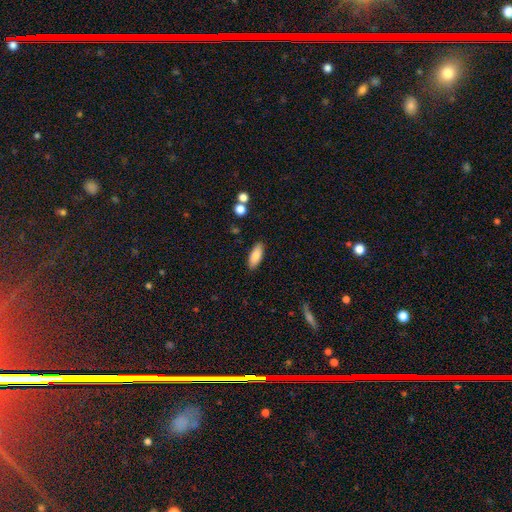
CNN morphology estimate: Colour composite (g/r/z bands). It shows a smooth galaxy with no disk features (84%) that is in between round and cigar-shaped (74%). Merging: none (87%).